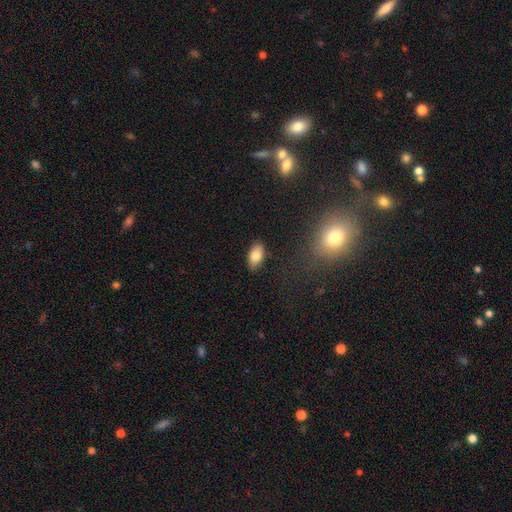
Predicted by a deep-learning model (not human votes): Smooth or featured?
  - smooth: 81% *
  - featured or disk: 11%
  - star or artifact: 8%
How rounded?
  - in between: 93% *
  - round: 5%
  - cigar-shaped: 3%
Merging?
  - none: 88% *
  - minor disturbance: 9%
  - major disturbance: 2%
  - merger: 1%